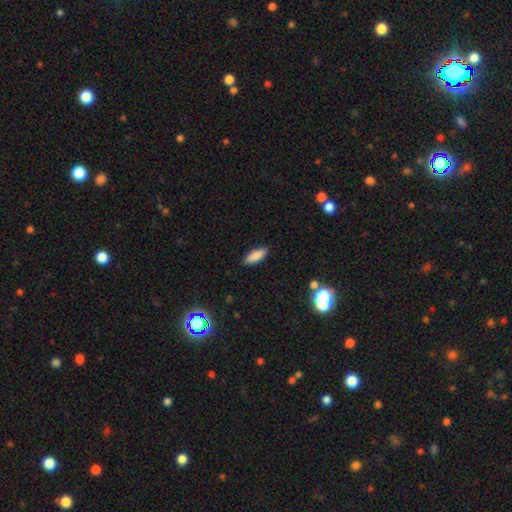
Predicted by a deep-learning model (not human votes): smooth_or_featured: smooth (p=0.87) [alt: star or artifact p=0.08]
how_rounded: in between (p=0.70) [alt: cigar-shaped p=0.28]
merging: none (p=0.88) [alt: minor disturbance p=0.09]